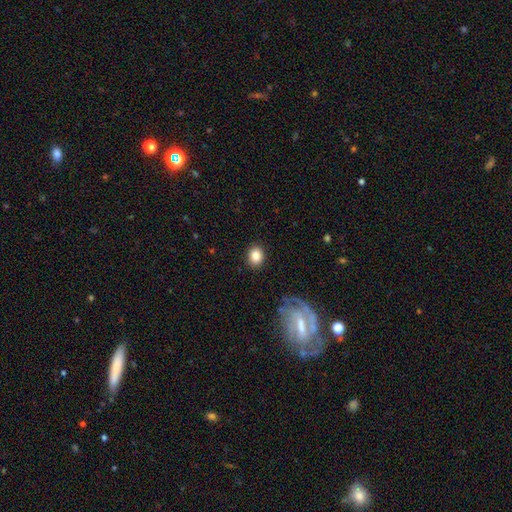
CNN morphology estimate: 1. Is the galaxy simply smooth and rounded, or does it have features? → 85% smooth, 9% star or artifact, 6% featured or disk.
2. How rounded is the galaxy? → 54% round, 45% in between, 1% cigar-shaped.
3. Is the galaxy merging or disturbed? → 89% none, 7% minor disturbance, 2% major disturbance, 1% merger.